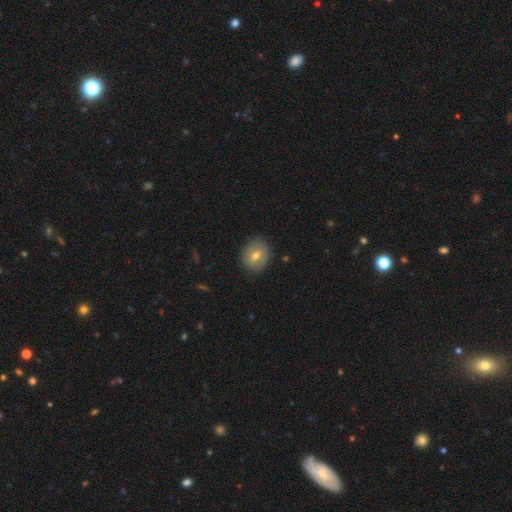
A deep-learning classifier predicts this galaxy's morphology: smooth_or_featured: smooth (p=0.60) [alt: featured or disk p=0.31]
how_rounded: round (p=0.75) [alt: in between p=0.24]
merging: none (p=0.85) [alt: minor disturbance p=0.11]